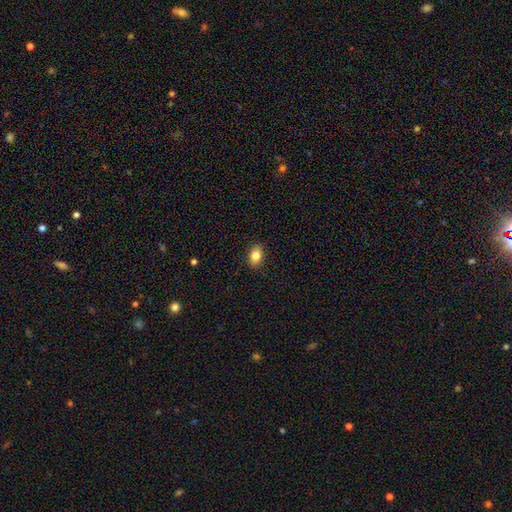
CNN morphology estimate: smooth_or_featured: smooth (p=0.83) [alt: star or artifact p=0.09]
how_rounded: in between (p=0.79) [alt: round p=0.19]
merging: none (p=0.88) [alt: minor disturbance p=0.09]